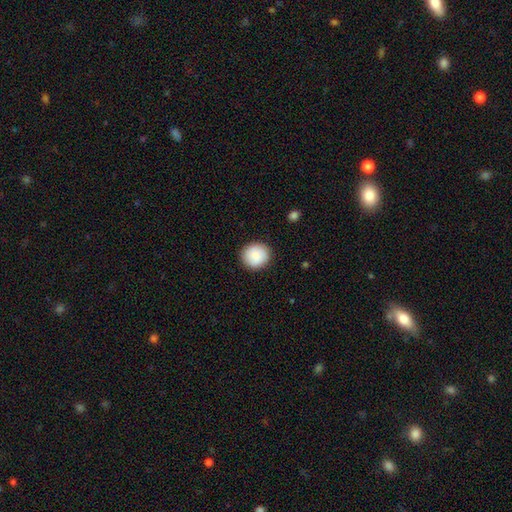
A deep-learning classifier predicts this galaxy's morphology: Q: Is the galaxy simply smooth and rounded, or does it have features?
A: smooth — 87%.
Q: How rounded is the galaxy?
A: round — 88%.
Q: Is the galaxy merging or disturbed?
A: none — 89%.